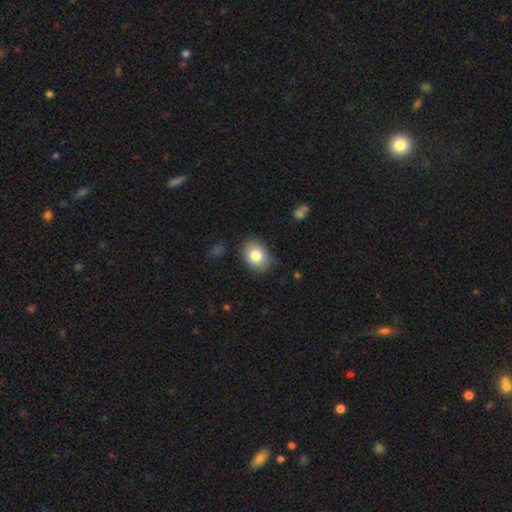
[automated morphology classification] Smooth or featured: smooth — 82% (featured or disk — 10%)
How rounded: in between — 61% (round — 38%)
Merging: none — 82% (minor disturbance — 14%)